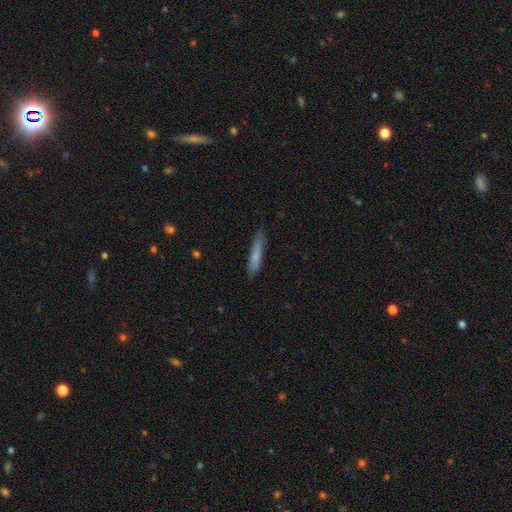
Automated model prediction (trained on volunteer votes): The model was most divided on "smooth or featured": smooth: 72%, featured or disk: 22%, star or artifact: 6%. More confident: how rounded — cigar-shaped (92%); merging — none (82%).